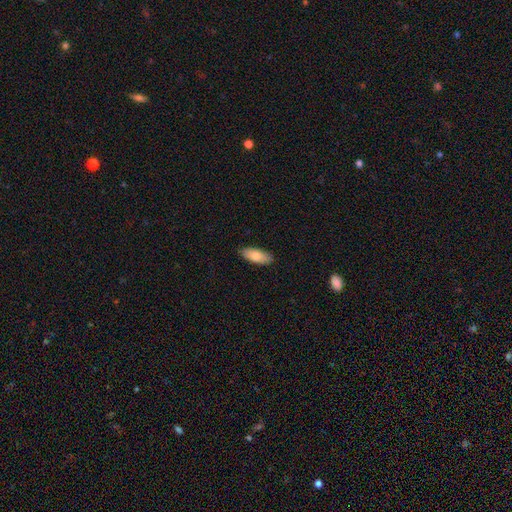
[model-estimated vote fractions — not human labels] A smooth galaxy with no disk features (77%) that is in between round and cigar-shaped (82%).

Vote fractions:
- Smooth or featured? smooth: 77% / featured or disk: 17% / star or artifact: 6%
- How rounded? in between: 82% / cigar-shaped: 16% / round: 2%
- Merging? none: 88% / minor disturbance: 9% / major disturbance: 2% / merger: 1%